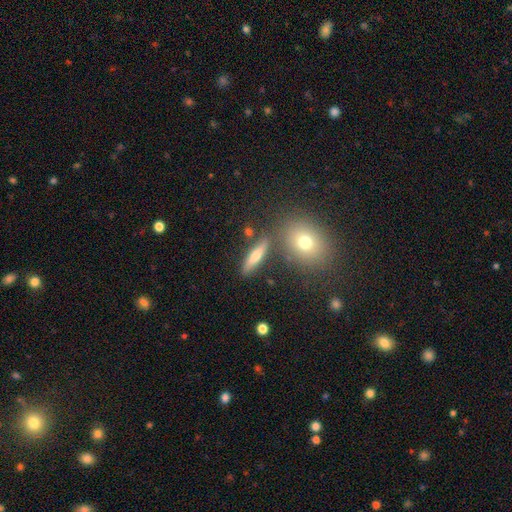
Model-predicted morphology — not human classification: A smooth galaxy with no disk features (61%) that is cigar-shaped (62%).

Vote fractions:
- Smooth or featured? smooth: 61% / featured or disk: 28% / star or artifact: 12%
- How rounded? cigar-shaped: 62% / in between: 27% / round: 11%
- Merging? none: 78% / minor disturbance: 10% / merger: 8% / major disturbance: 4%